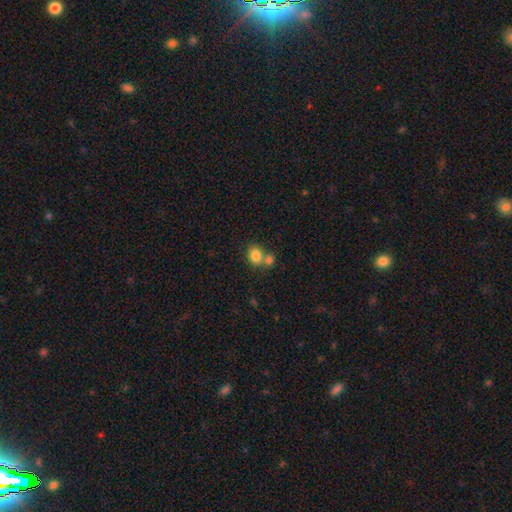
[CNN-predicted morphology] A smooth galaxy with no disk features (83%) that is round (55%). Merging: none (44%).